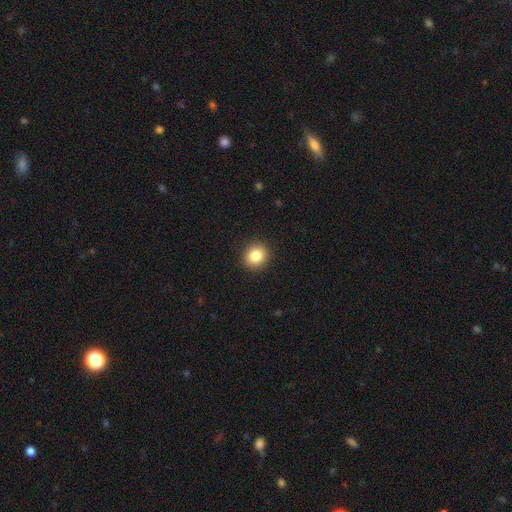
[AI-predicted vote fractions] Smooth or featured? Predicted: smooth (p=0.84). How rounded? Predicted: round (p=0.86). Merging? Predicted: none (p=0.91).